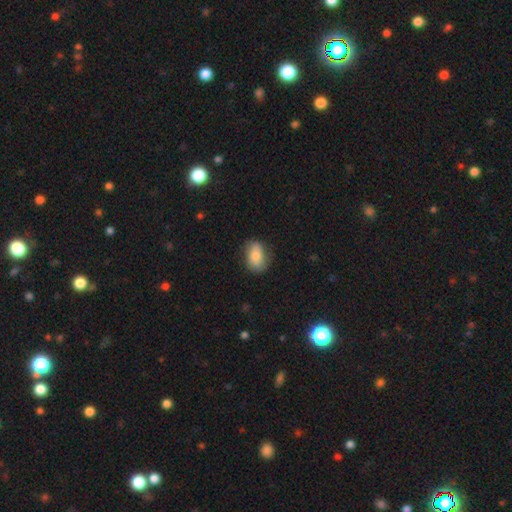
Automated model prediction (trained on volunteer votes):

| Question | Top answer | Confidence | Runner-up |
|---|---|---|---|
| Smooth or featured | smooth | 79% | featured or disk (13%) |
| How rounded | in between | 81% | round (17%) |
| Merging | none | 76% | minor disturbance (18%) |